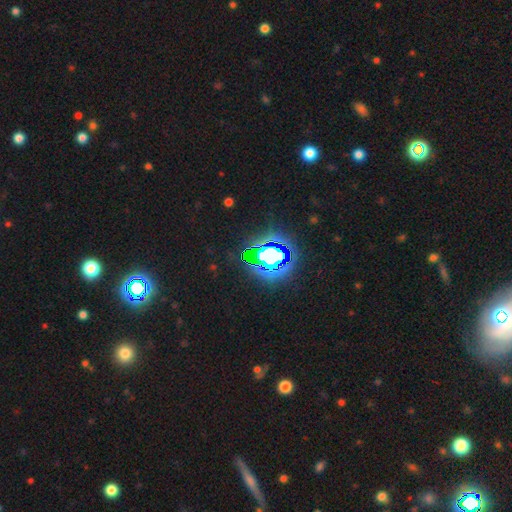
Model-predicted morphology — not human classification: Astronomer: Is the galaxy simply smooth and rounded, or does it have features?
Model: star or artifact — 70%.